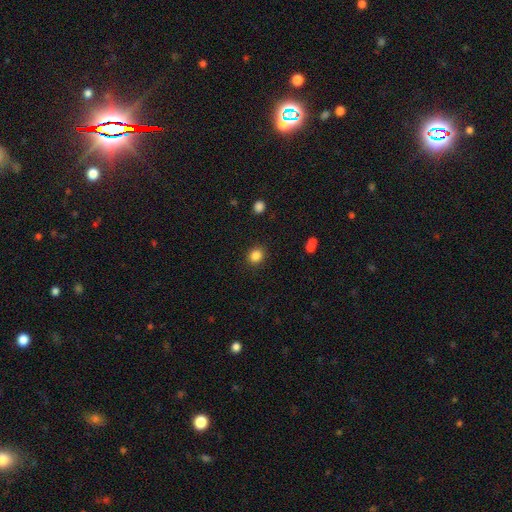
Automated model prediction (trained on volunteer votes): Morphology: type=smooth (85%); roundness=round (74%); merging=none (89%).